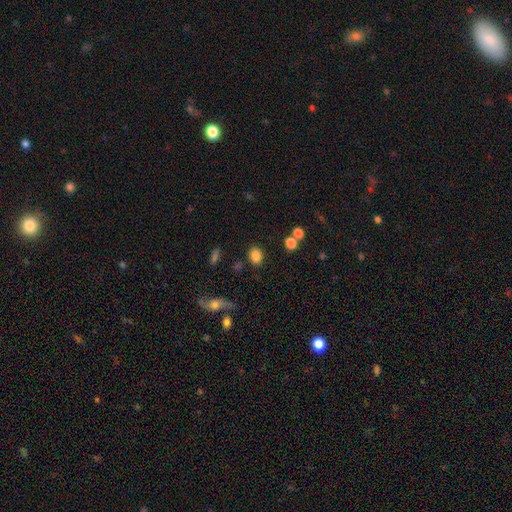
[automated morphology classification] The model was most divided on "how rounded": in between: 58%, round: 41%, cigar-shaped: 1%. More confident: smooth or featured — smooth (84%); merging — none (81%).